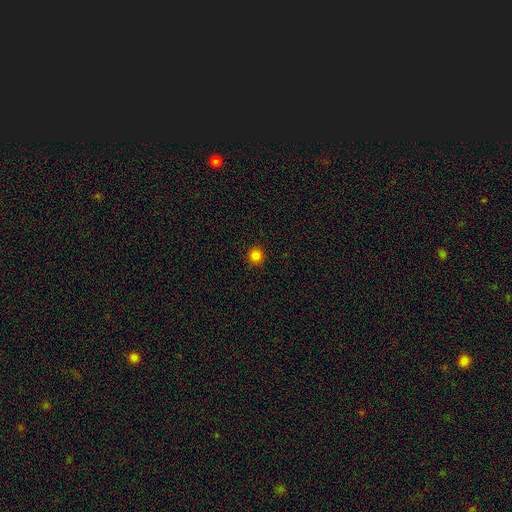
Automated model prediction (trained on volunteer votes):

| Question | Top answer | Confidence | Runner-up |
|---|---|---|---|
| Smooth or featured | smooth | 83% | star or artifact (14%) |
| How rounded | round | 92% | in between (7%) |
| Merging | none | 93% | minor disturbance (5%) |